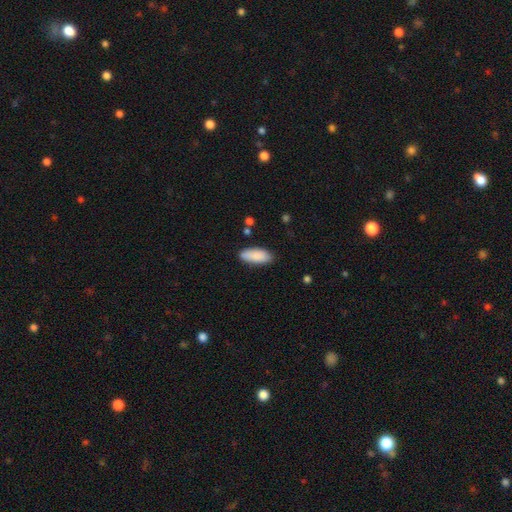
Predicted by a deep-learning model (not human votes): A smooth galaxy with no disk features (88%) that is in between round and cigar-shaped (83%).

Vote fractions:
- Smooth or featured? smooth: 88% / star or artifact: 6% / featured or disk: 6%
- How rounded? in between: 83% / cigar-shaped: 16% / round: 2%
- Merging? none: 82% / minor disturbance: 13% / major disturbance: 3% / merger: 2%